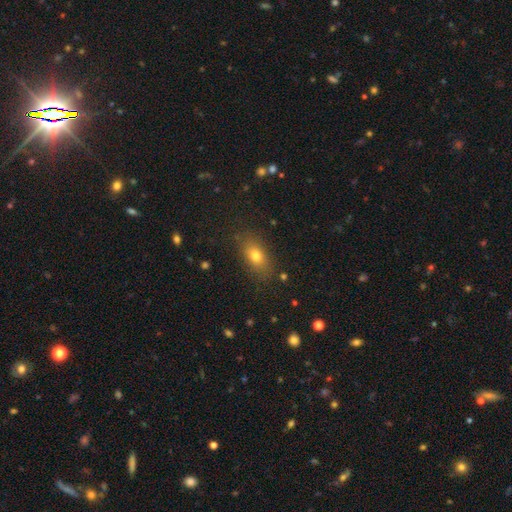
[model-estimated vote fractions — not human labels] smooth-or-featured: smooth: 74% | featured or disk: 13% | star or artifact: 13%
  how-rounded: in between: 79% | round: 15% | cigar-shaped: 6%
  merging: none: 83% | minor disturbance: 12% | major disturbance: 4% | merger: 2%